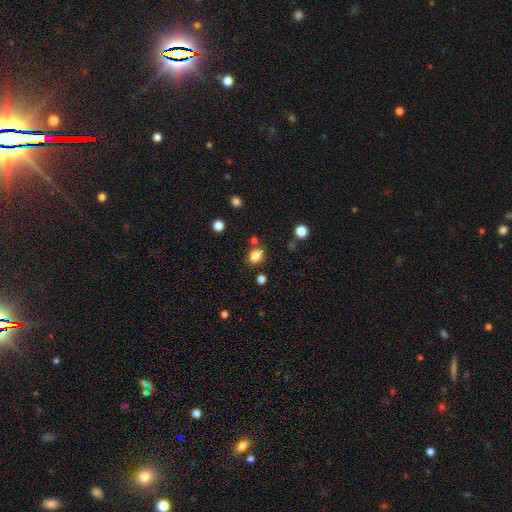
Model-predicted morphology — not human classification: This is clearly a smooth galaxy (83%). How rounded: possibly in between (50%). Merging: likely none (75%).